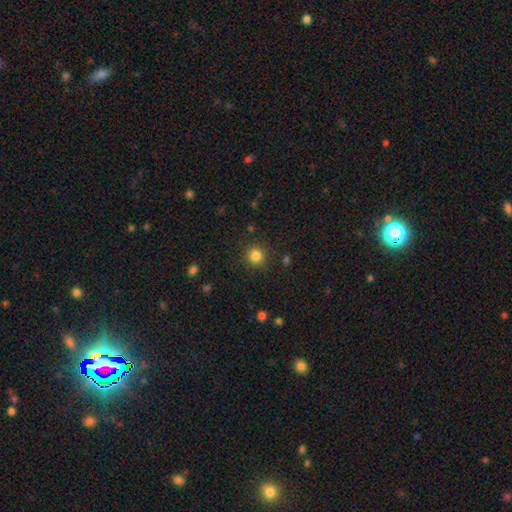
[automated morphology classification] The model was most divided on "smooth or featured": smooth: 83%, star or artifact: 12%, featured or disk: 5%. More confident: how rounded — round (93%); merging — none (88%).